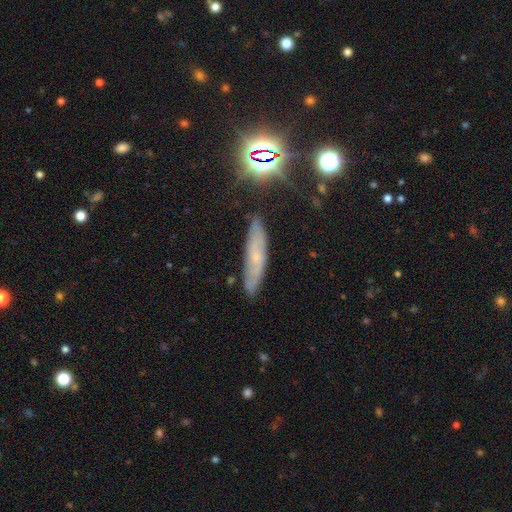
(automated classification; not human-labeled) Smooth or featured? smooth (44%)
Merging? none (78%)